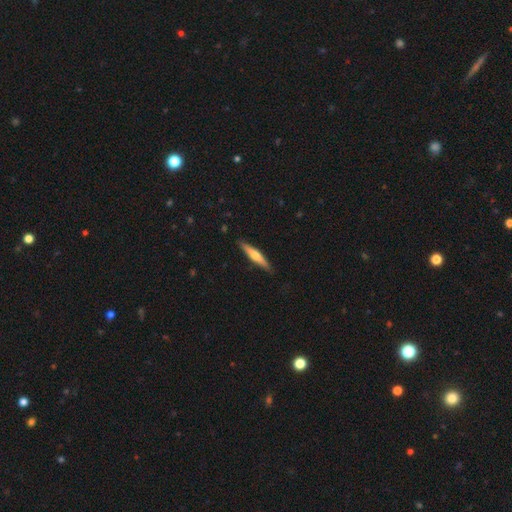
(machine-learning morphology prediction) This is possibly a featured or disk galaxy (50%). Merging: clearly none (89%).